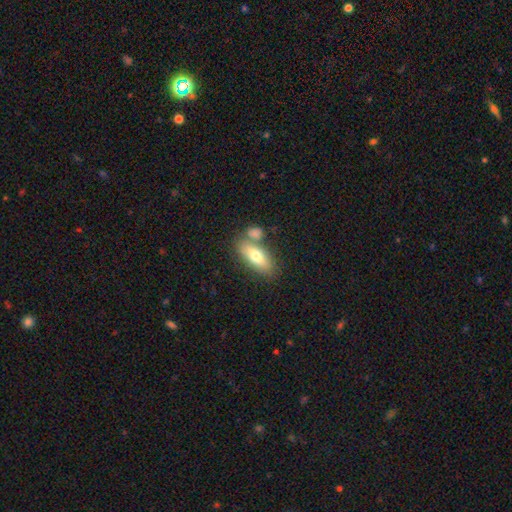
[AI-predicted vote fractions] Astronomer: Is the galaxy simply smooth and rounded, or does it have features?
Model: smooth — 71%.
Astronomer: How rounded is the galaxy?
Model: in between — 76%.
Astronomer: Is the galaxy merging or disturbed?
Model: none — 58%.